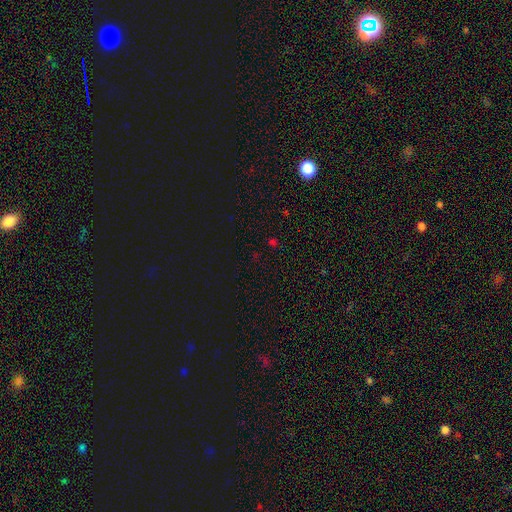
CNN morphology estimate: A star or artifact, not a galaxy (67%).